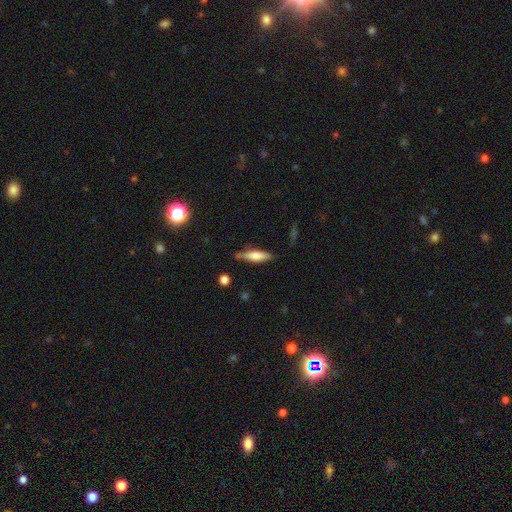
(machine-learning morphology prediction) Q: Smooth or featured?
A: smooth (59%); runner-up: featured or disk (34%)
Q: How rounded?
A: cigar-shaped (74%); runner-up: in between (25%)
Q: Merging?
A: none (75%); runner-up: minor disturbance (18%)